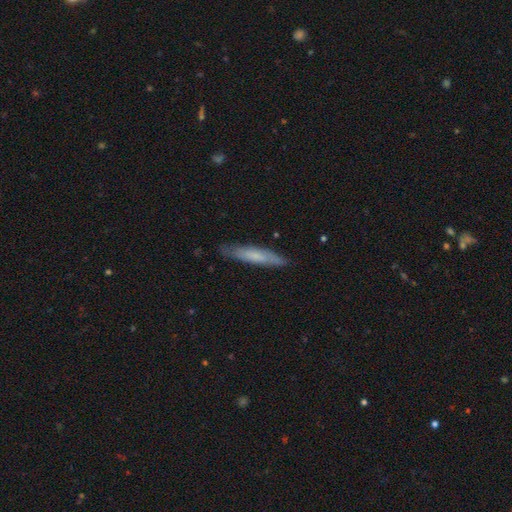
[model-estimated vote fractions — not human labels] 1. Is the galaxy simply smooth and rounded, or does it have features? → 60% smooth, 34% featured or disk, 6% star or artifact.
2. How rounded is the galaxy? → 89% cigar-shaped, 10% in between, 1% round.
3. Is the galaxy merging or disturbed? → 83% none, 14% minor disturbance, 2% major disturbance, 1% merger.